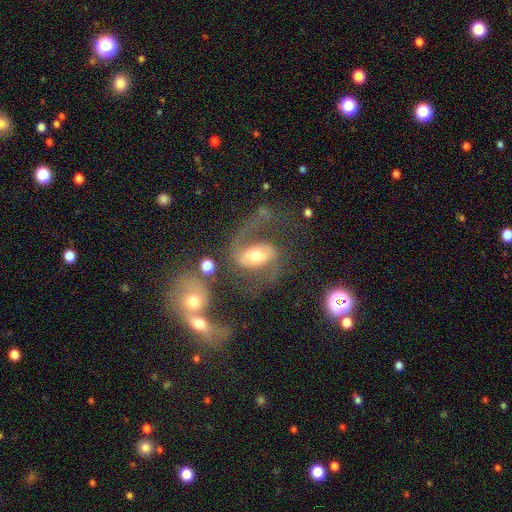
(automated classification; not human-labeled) Smooth or featured? featured or disk (82%)
Edge-on disk? no (97%)
Bar? weak (39%)
Spiral arms? yes (93%)
Spiral winding? medium (48%)
Spiral arm count? 2 (85%)
Bulge size? moderate (67%)
Merging? none (45%)